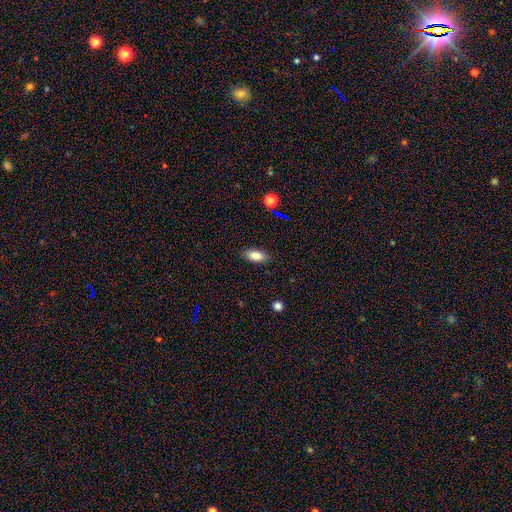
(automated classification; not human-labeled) This is clearly a smooth galaxy (83%). How rounded: clearly in between (87%). Merging: clearly none (87%).